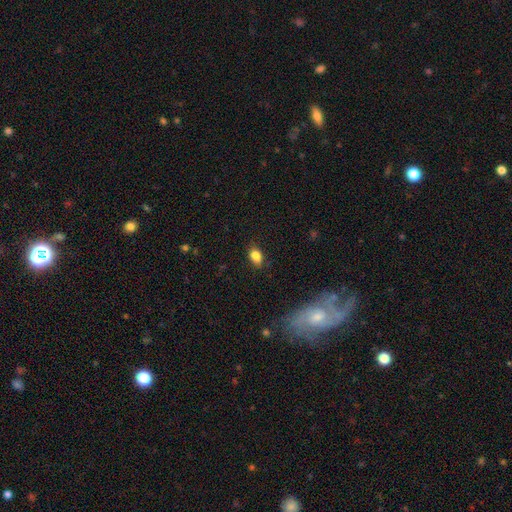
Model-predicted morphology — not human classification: type=smooth (83%); roundness=in between (83%); merging=none (83%).